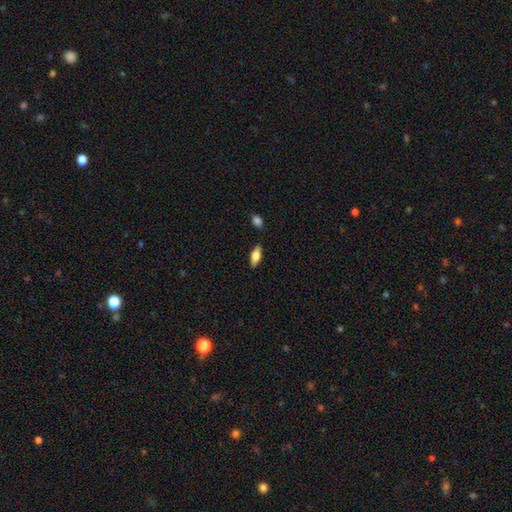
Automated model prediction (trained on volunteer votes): A smooth galaxy with no disk features (64%) that is in between round and cigar-shaped (73%).

Vote fractions:
- Smooth or featured? smooth: 64% / featured or disk: 29% / star or artifact: 7%
- How rounded? in between: 73% / cigar-shaped: 24% / round: 3%
- Merging? none: 86% / minor disturbance: 10% / merger: 2% / major disturbance: 2%